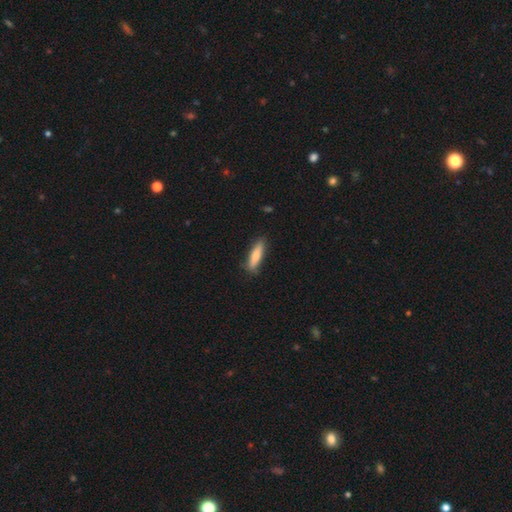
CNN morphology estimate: The model was most divided on "how rounded": cigar-shaped: 71%, in between: 28%, round: 2%. More confident: merging — none (82%); smooth or featured — smooth (77%).